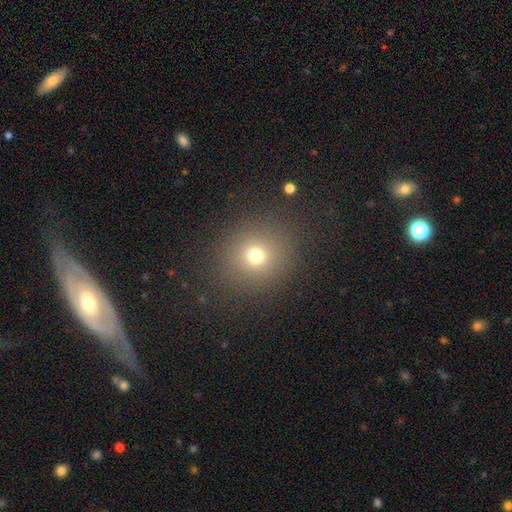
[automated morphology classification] Smooth or featured?
  - smooth: 71% *
  - star or artifact: 20%
  - featured or disk: 9%
How rounded?
  - round: 85% *
  - in between: 13%
  - cigar-shaped: 1%
Merging?
  - none: 87% *
  - minor disturbance: 7%
  - major disturbance: 4%
  - merger: 2%